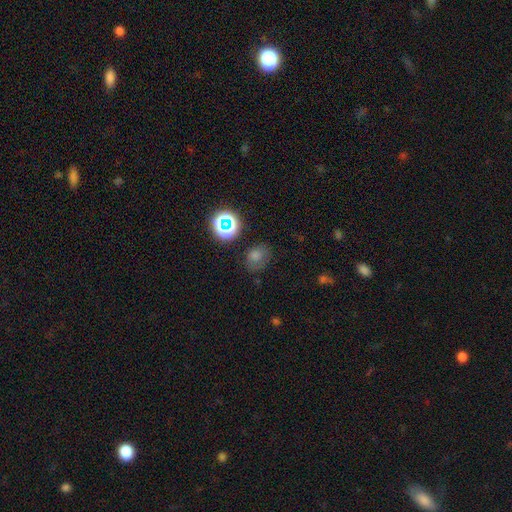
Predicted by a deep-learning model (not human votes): Smooth or featured?
  - smooth: 55% *
  - star or artifact: 32%
  - featured or disk: 13%
How rounded?
  - round: 53% *
  - in between: 45%
  - cigar-shaped: 1%
Merging?
  - none: 72% *
  - minor disturbance: 18%
  - major disturbance: 7%
  - merger: 3%